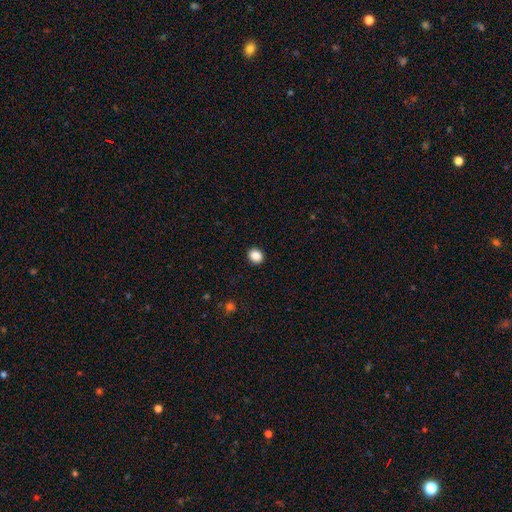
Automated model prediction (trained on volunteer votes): Smooth or featured? Predicted: smooth (p=0.87). How rounded? Predicted: round (p=0.66). Merging? Predicted: none (p=0.92).